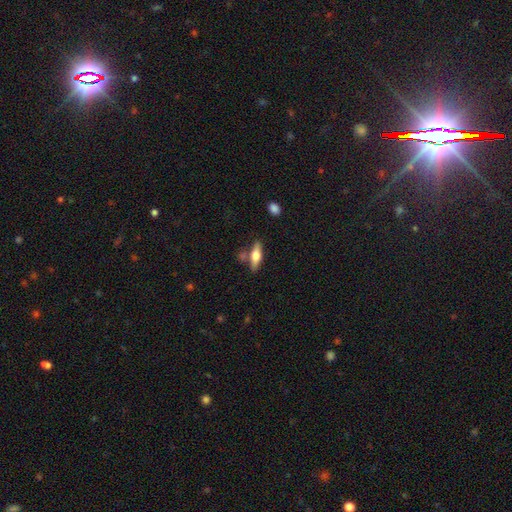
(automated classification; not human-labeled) This appears to be a smooth galaxy with no disk features (48%). Merging: none (73%).